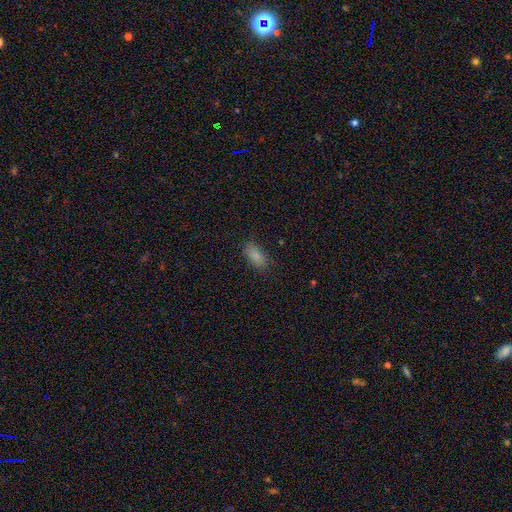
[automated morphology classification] smooth_or_featured: smooth (p=0.85) [alt: star or artifact p=0.09]
how_rounded: in between (p=0.89) [alt: cigar-shaped p=0.08]
merging: none (p=0.80) [alt: minor disturbance p=0.15]